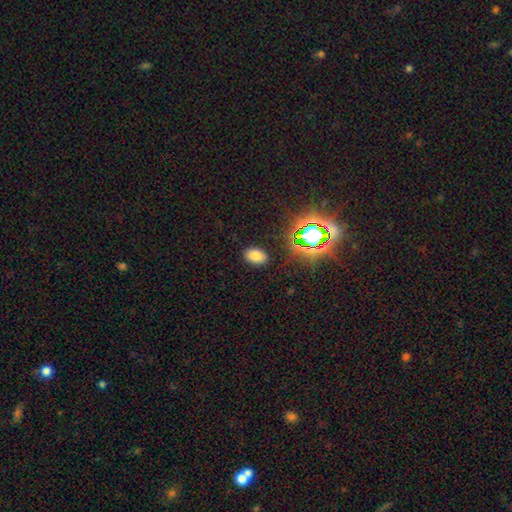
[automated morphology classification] This is likely a smooth galaxy (75%). How rounded: clearly in between (88%). Merging: clearly none (86%).